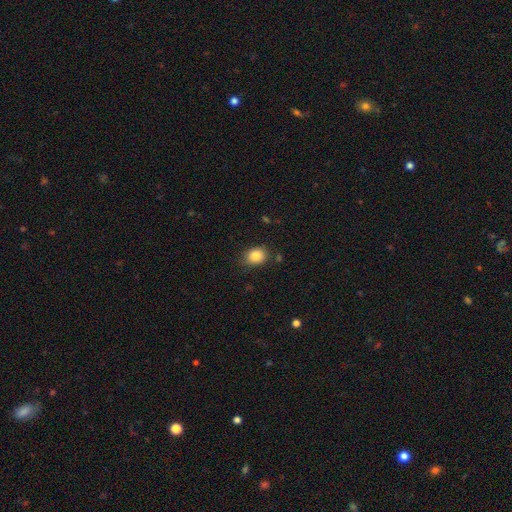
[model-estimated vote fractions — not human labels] Q: Smooth or featured?
A: smooth (85%); runner-up: star or artifact (9%)
Q: How rounded?
A: round (53%); runner-up: in between (46%)
Q: Merging?
A: none (80%); runner-up: minor disturbance (14%)